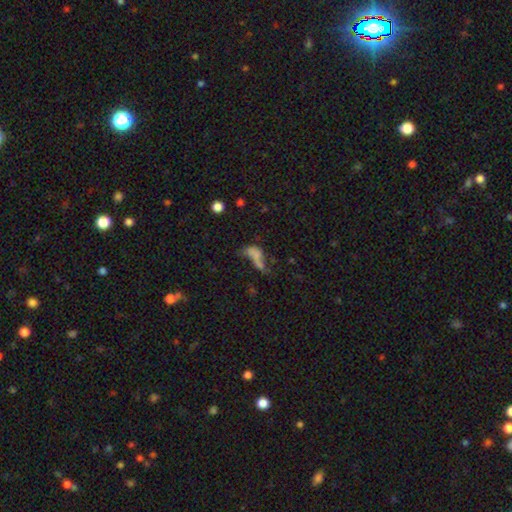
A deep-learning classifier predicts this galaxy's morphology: The model was most divided on "merging": merger: 40%, major disturbance: 30%, none: 17%, minor disturbance: 12%. More confident: how rounded — in between (78%); smooth or featured — smooth (52%).